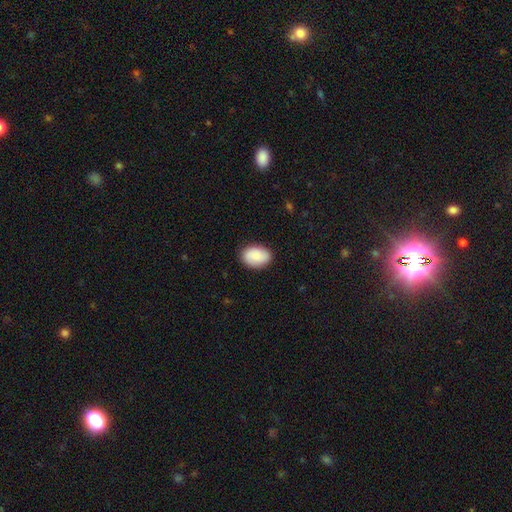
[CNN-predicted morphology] smooth-or-featured: smooth: 84% | featured or disk: 10% | star or artifact: 6%
  how-rounded: in between: 84% | round: 15% | cigar-shaped: 1%
  merging: none: 86% | minor disturbance: 11% | major disturbance: 2% | merger: 1%